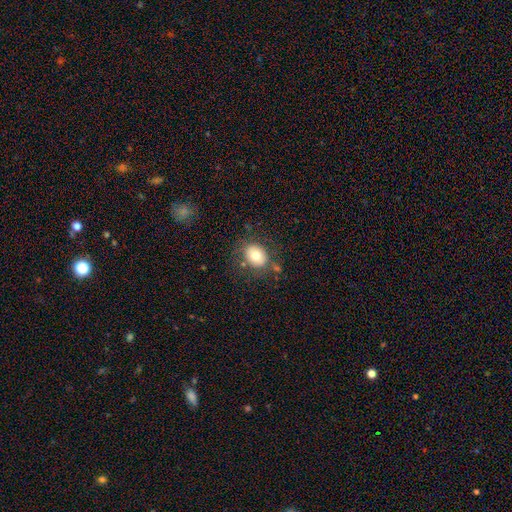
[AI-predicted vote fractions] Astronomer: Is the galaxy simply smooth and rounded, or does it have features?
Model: smooth — 75%.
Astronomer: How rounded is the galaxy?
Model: round — 54% (runner-up: in between, 45%).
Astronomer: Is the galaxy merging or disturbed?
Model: none — 74%.